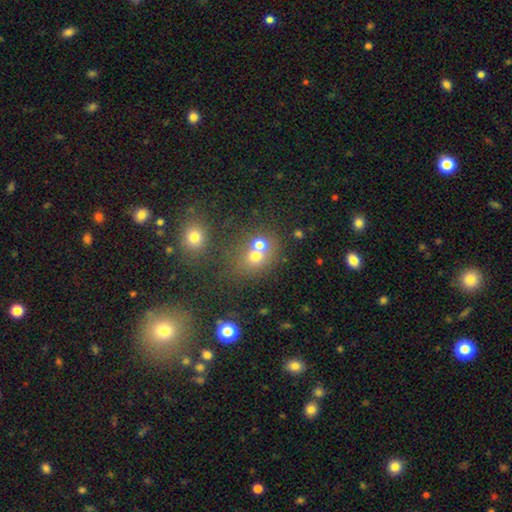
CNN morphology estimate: The model was most divided on "merging": merger: 47%, none: 40%, minor disturbance: 8%, major disturbance: 5%. More confident: how rounded — round (71%); smooth or featured — smooth (67%).